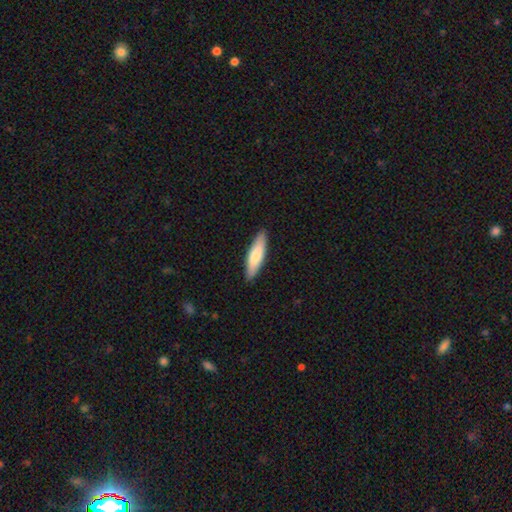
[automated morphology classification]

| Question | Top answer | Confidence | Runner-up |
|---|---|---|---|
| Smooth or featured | smooth | 78% | featured or disk (17%) |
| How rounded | cigar-shaped | 63% | in between (36%) |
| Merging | none | 89% | minor disturbance (9%) |